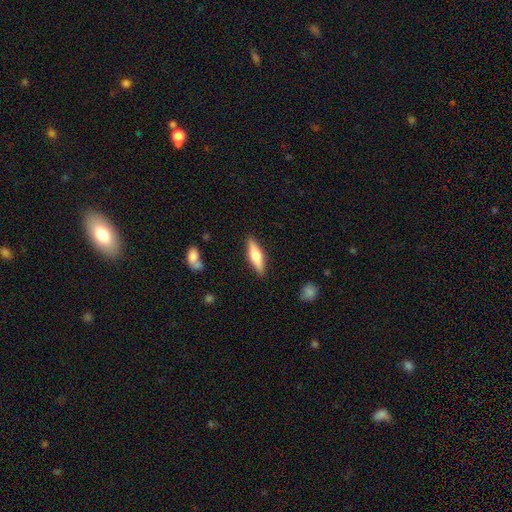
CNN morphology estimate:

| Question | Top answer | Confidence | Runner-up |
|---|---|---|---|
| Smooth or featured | smooth | 52% | featured or disk (43%) |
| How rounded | cigar-shaped | 62% | in between (36%) |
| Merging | none | 87% | minor disturbance (9%) |